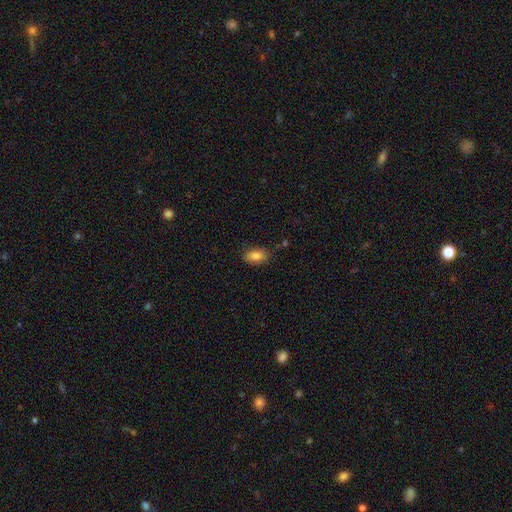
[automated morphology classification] smooth 84%, star or artifact 8%, featured or disk 8%. Down the decision tree: how rounded — in between (90%); merging — none (82%).